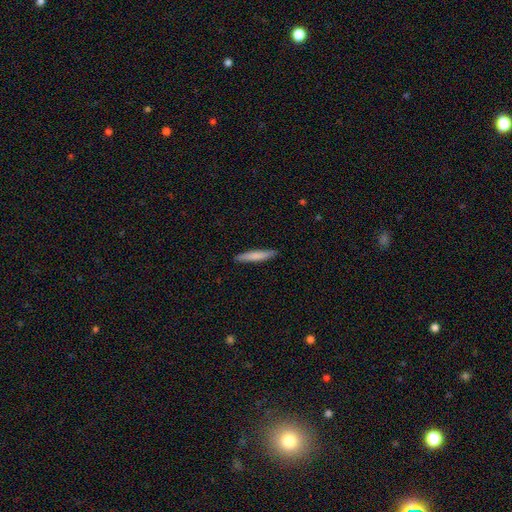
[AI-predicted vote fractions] Smooth or featured: smooth — 76% (featured or disk — 19%)
How rounded: cigar-shaped — 92% (in between — 6%)
Merging: none — 90% (minor disturbance — 7%)